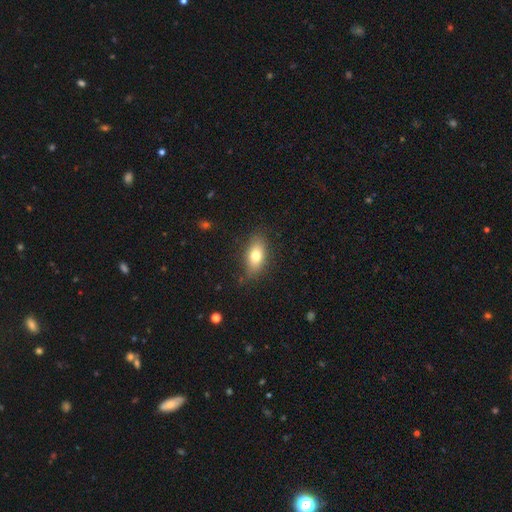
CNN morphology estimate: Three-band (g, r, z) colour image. It shows a smooth galaxy with no disk features (76%) that is in between round and cigar-shaped (85%). Merging: none (82%).